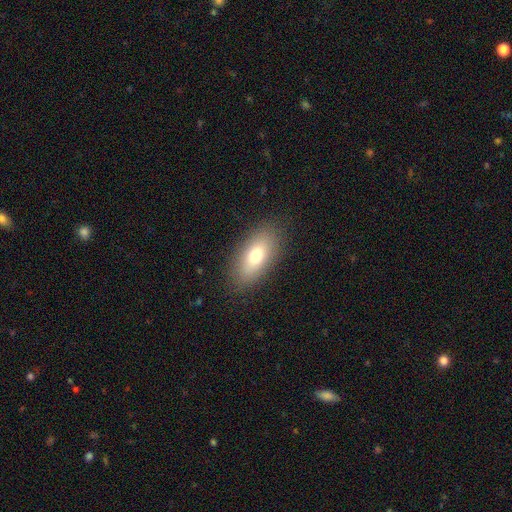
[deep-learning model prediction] smooth_or_featured: smooth (p=0.73) [alt: featured or disk p=0.18]
how_rounded: in between (p=0.87) [alt: cigar-shaped p=0.08]
merging: none (p=0.86) [alt: minor disturbance p=0.10]